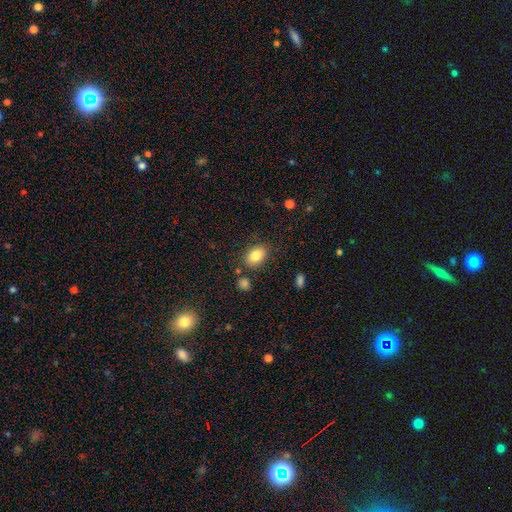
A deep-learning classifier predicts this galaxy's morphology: Q: Smooth or featured?
A: smooth (84%); runner-up: star or artifact (9%)
Q: How rounded?
A: in between (79%); runner-up: round (20%)
Q: Merging?
A: none (80%); runner-up: minor disturbance (12%)